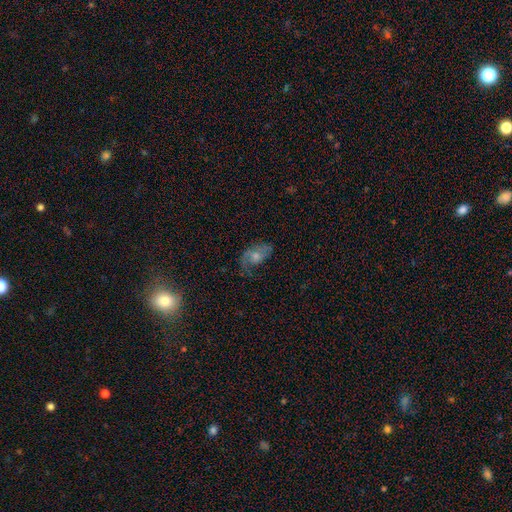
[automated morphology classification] The model was most divided on "bulge size": moderate: 52%, small: 35%, large: 7%, none: 6%, dominant: 1%. More confident: edge-on disk — no (96%); spiral arms — yes (80%); bar — no (72%); smooth or featured — featured or disk (56%); merging — none (52%).